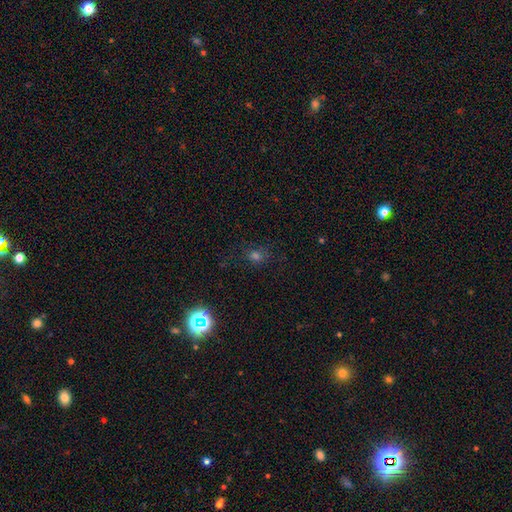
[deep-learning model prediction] The model was most divided on "smooth or featured": smooth: 55%, star or artifact: 36%, featured or disk: 9%. More confident: merging — none (81%); how rounded — round (76%).